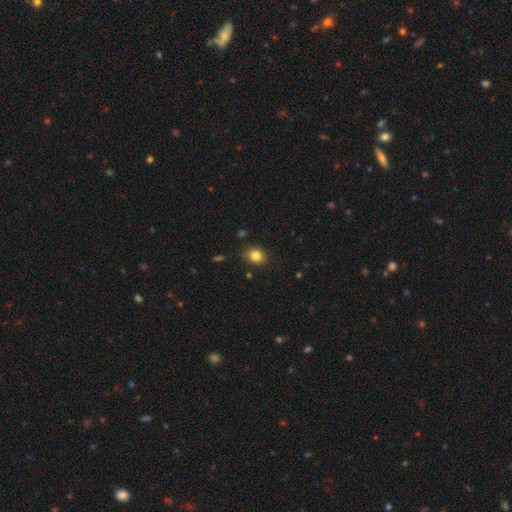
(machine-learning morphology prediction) Q: Smooth or featured?
A: smooth (83%); runner-up: star or artifact (10%)
Q: How rounded?
A: in between (51%); runner-up: round (48%)
Q: Merging?
A: none (83%); runner-up: minor disturbance (13%)